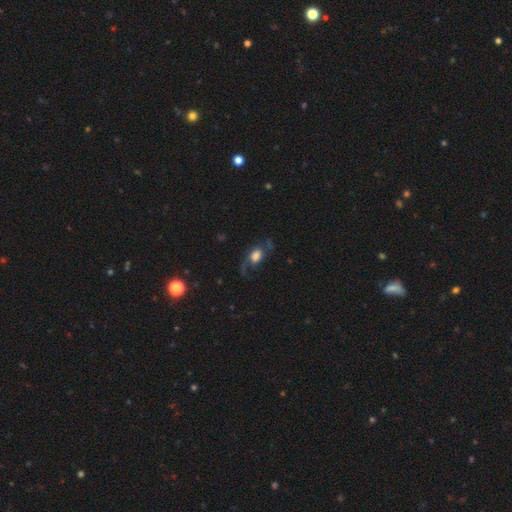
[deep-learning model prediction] Smooth or featured: featured or disk — 51% (smooth — 38%)
Edge-on disk: no — 92% (yes — 8%)
Merging: none — 50% (major disturbance — 27%)